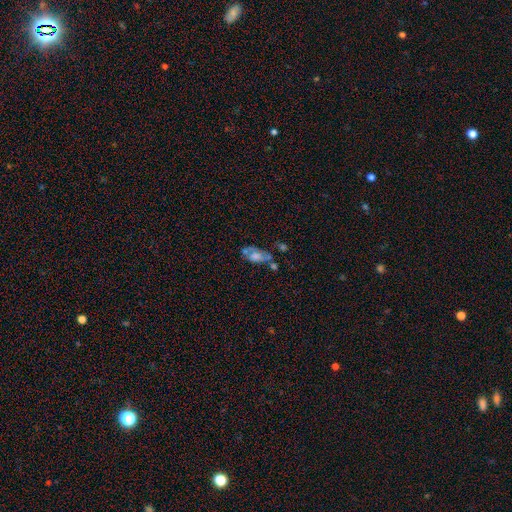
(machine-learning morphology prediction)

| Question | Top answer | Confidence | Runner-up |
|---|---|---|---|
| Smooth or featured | smooth | 50% | featured or disk (39%) |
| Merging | none | 33% | merger (29%) |